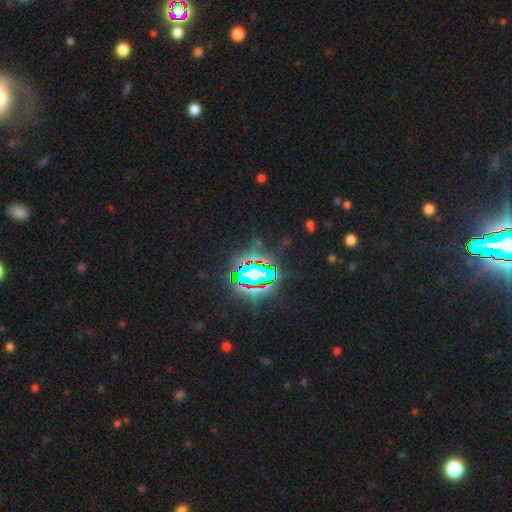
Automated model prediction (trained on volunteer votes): Smooth or featured? star or artifact (85%)